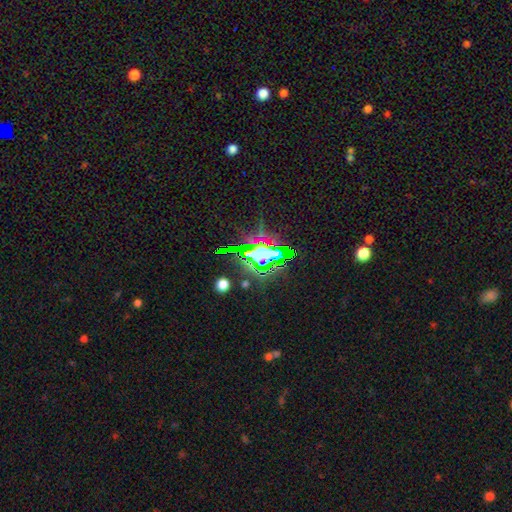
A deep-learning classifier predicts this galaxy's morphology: Overall: star or artifact (64%).